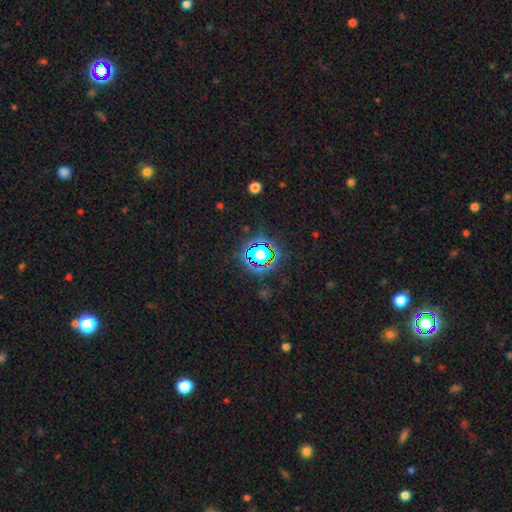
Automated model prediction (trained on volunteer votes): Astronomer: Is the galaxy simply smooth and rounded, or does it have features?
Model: star or artifact — 81%.